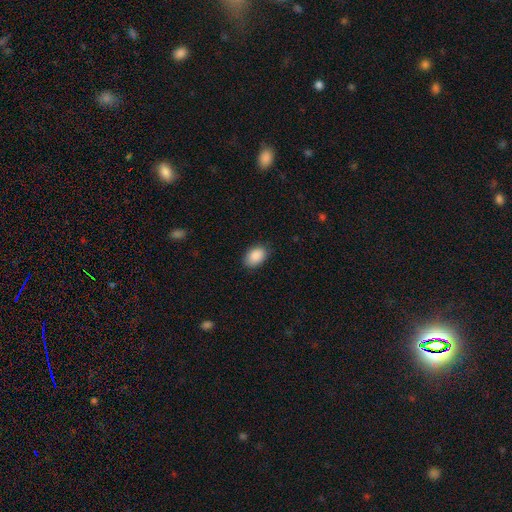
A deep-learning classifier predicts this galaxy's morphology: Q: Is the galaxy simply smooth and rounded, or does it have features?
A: smooth — 90%.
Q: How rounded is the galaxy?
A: in between — 86%.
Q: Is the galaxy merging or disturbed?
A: none — 85%.